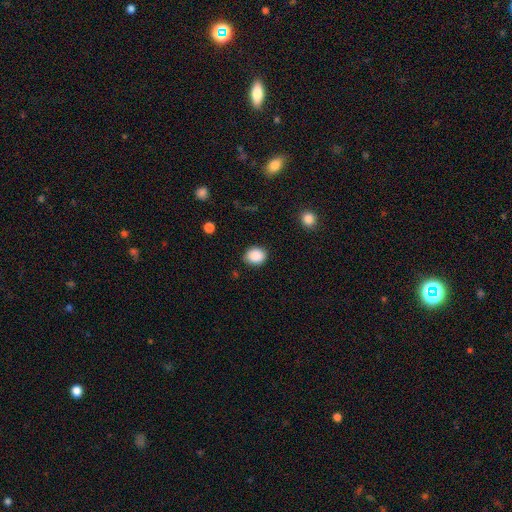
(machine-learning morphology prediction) type=smooth (89%); roundness=round (58%); merging=none (87%).